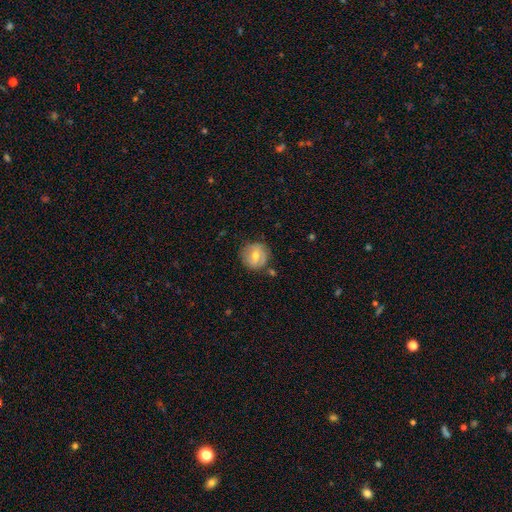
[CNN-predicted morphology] A smooth galaxy with no disk features (57%) that is round (91%).

Vote fractions:
- Smooth or featured? smooth: 57% / featured or disk: 34% / star or artifact: 9%
- How rounded? round: 91% / in between: 8% / cigar-shaped: 1%
- Merging? none: 77% / minor disturbance: 15% / major disturbance: 4% / merger: 3%